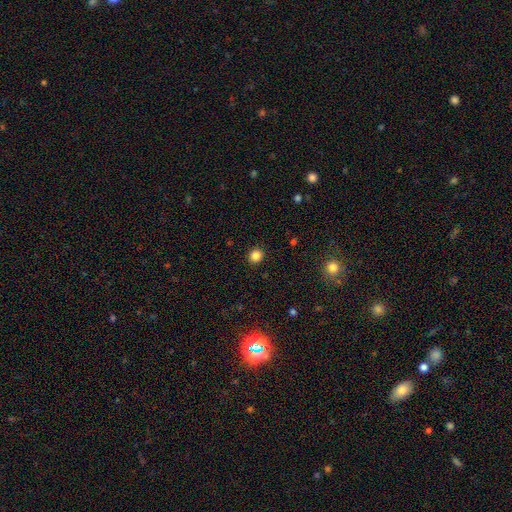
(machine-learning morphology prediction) Smooth or featured? smooth (84%)
How rounded? round (85%)
Merging? none (92%)